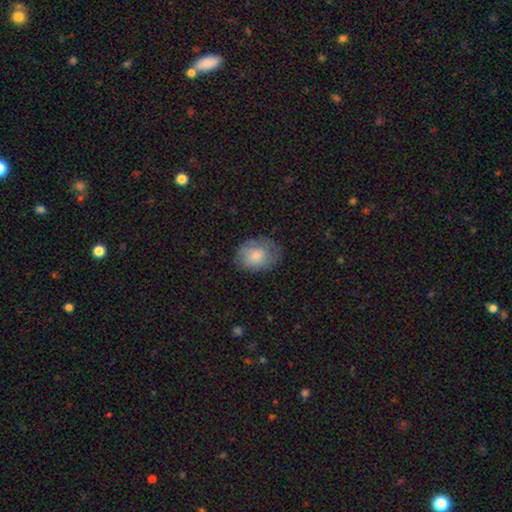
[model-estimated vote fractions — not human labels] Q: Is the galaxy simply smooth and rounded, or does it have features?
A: smooth — 65%.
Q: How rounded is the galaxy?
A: in between — 67%.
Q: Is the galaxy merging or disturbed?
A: none — 66%.